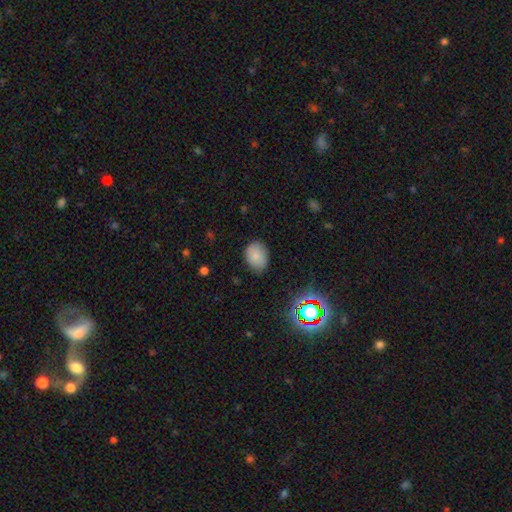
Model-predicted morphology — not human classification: Smooth or featured?
  - smooth: 82% *
  - star or artifact: 12%
  - featured or disk: 7%
How rounded?
  - in between: 63% *
  - round: 36%
  - cigar-shaped: 1%
Merging?
  - none: 79% *
  - minor disturbance: 17%
  - major disturbance: 3%
  - merger: 1%